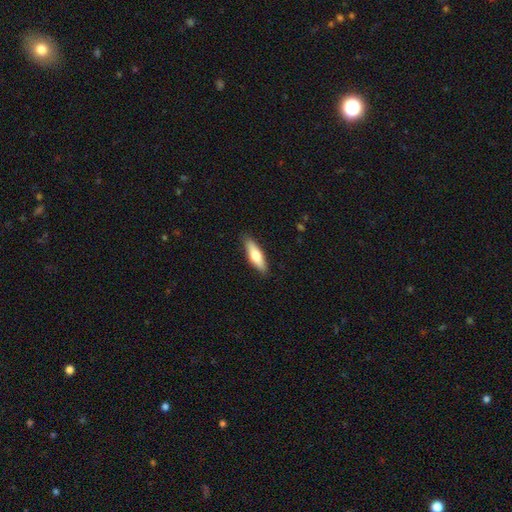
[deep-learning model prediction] Morphology: type=smooth (64%); roundness=cigar-shaped (54%); merging=none (88%).